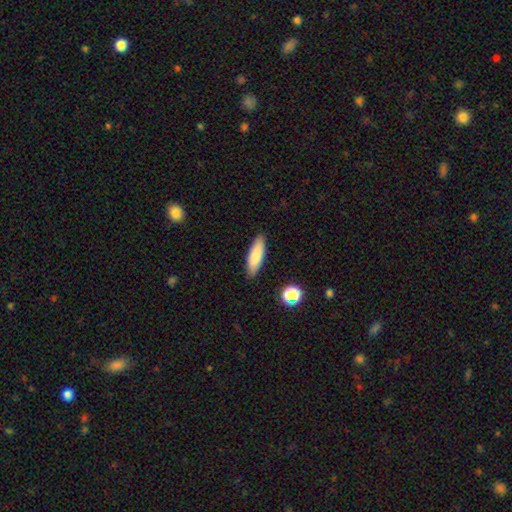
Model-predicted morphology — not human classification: Q: Smooth or featured?
A: smooth (83%); runner-up: featured or disk (10%)
Q: How rounded?
A: cigar-shaped (51%); runner-up: in between (48%)
Q: Merging?
A: none (87%); runner-up: minor disturbance (9%)